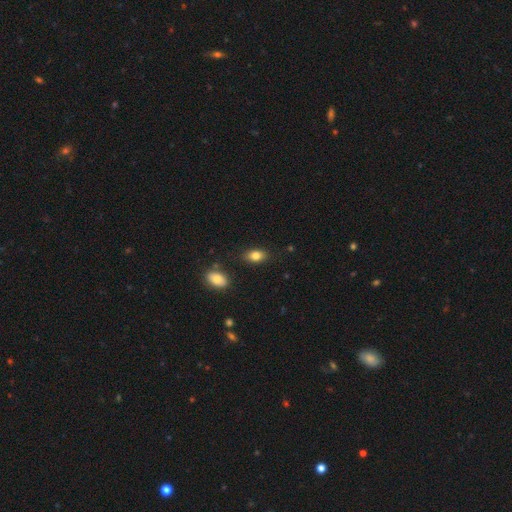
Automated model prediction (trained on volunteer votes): Overall: smooth (81%). How rounded: in between (87%). Merging: none (83%).